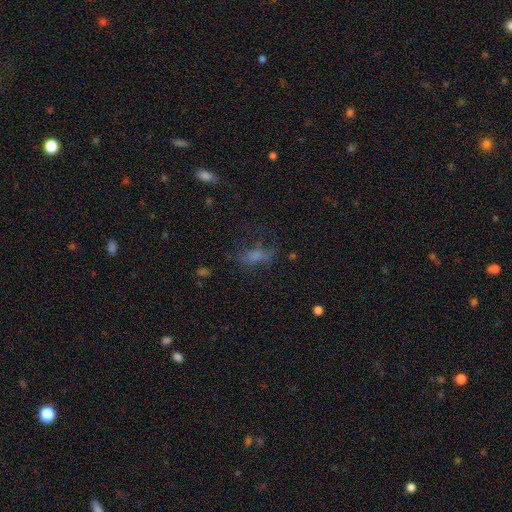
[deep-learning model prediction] Smooth or featured? Predicted: smooth (p=0.53). How rounded? Predicted: in between (p=0.71). Merging? Predicted: none (p=0.45).